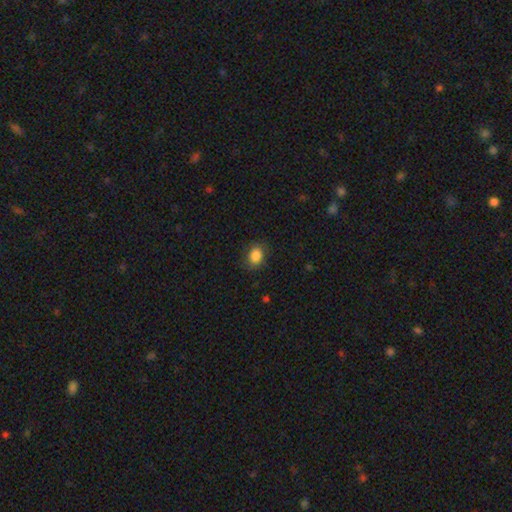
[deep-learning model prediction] smooth_or_featured: smooth (p=0.86) [alt: star or artifact p=0.09]
how_rounded: in between (p=0.61) [alt: round p=0.38]
merging: none (p=0.81) [alt: minor disturbance p=0.14]